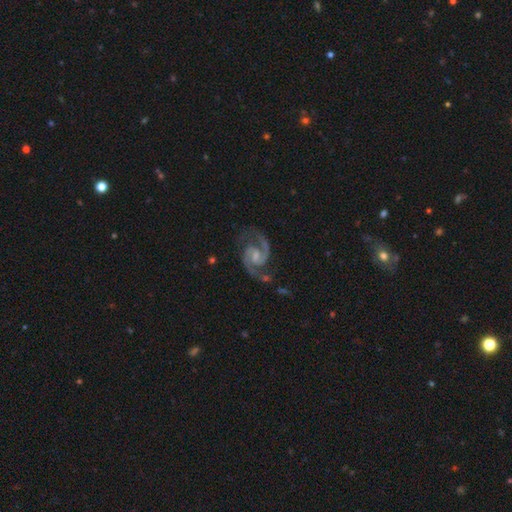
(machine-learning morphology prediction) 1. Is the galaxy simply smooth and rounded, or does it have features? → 93% featured or disk, 4% star or artifact, 2% smooth.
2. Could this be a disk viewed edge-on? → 98% no, 2% yes.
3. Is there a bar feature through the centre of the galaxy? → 46% weak, 41% no, 13% strong.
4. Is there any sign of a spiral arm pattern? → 99% yes, 1% no.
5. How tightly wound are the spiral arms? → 66% medium, 21% tight, 13% loose.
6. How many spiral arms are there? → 94% 2, 1% 3, 1% can't tell, 1% 1, 1% 4, 1% more than 4.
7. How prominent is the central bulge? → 55% small, 30% moderate, 13% none, 2% large, 1% dominant.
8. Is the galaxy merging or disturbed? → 77% none, 15% minor disturbance, 5% major disturbance, 3% merger.